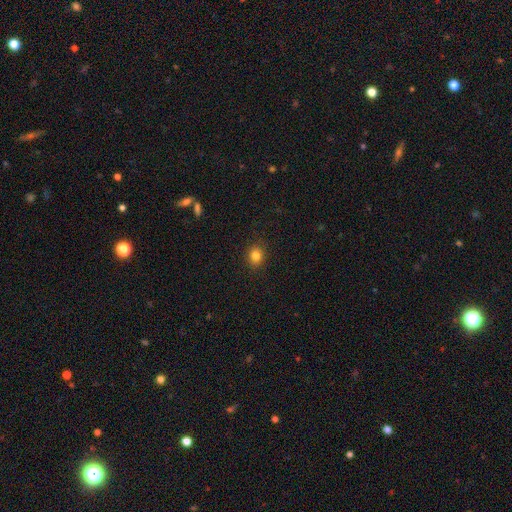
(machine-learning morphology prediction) A smooth galaxy with no disk features (82%) that is round (66%).

Vote fractions:
- Smooth or featured? smooth: 82% / star or artifact: 12% / featured or disk: 6%
- How rounded? round: 66% / in between: 33% / cigar-shaped: 1%
- Merging? none: 90% / minor disturbance: 7% / major disturbance: 2% / merger: 1%